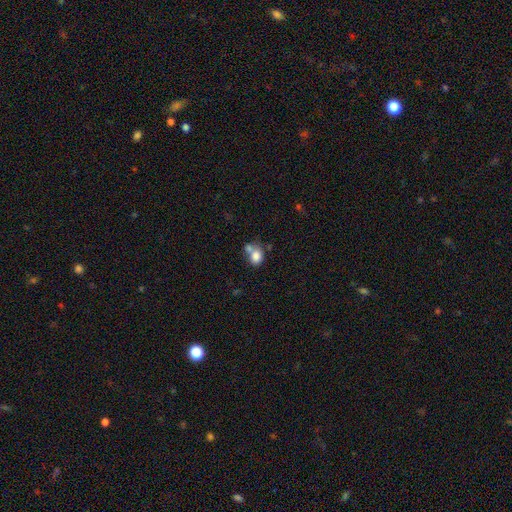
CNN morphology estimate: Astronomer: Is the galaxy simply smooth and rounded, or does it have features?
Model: smooth — 78%.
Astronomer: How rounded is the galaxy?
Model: in between — 52% (runner-up: round, 47%).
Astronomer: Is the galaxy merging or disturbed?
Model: merger — 43% (runner-up: none, 38%).